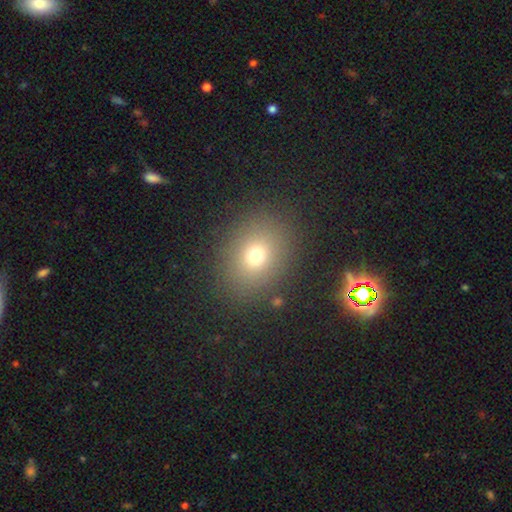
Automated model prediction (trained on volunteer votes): Morphology: type=smooth (71%); roundness=round (55%); merging=none (85%).